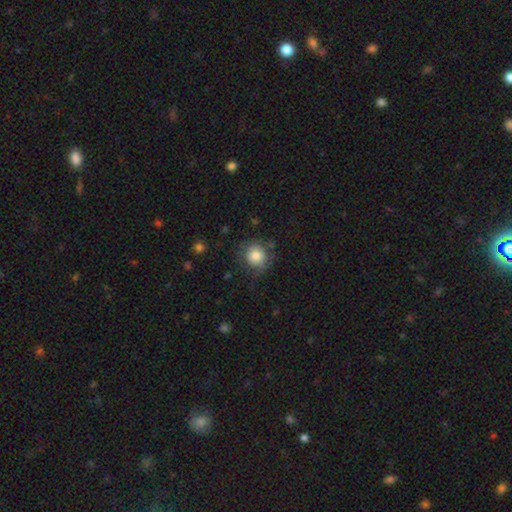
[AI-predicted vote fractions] The model was most divided on "merging": none: 67%, minor disturbance: 21%, major disturbance: 10%, merger: 2%. More confident: how rounded — round (89%); smooth or featured — smooth (77%).